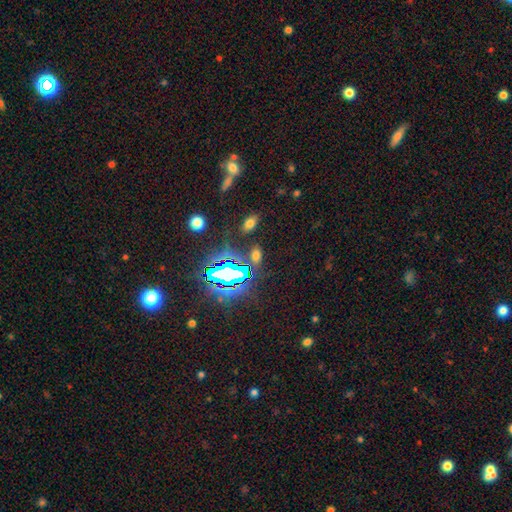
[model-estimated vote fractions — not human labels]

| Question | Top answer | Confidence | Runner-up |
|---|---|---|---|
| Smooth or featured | smooth | 51% | star or artifact (40%) |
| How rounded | in between | 83% | round (11%) |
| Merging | none | 79% | minor disturbance (10%) |